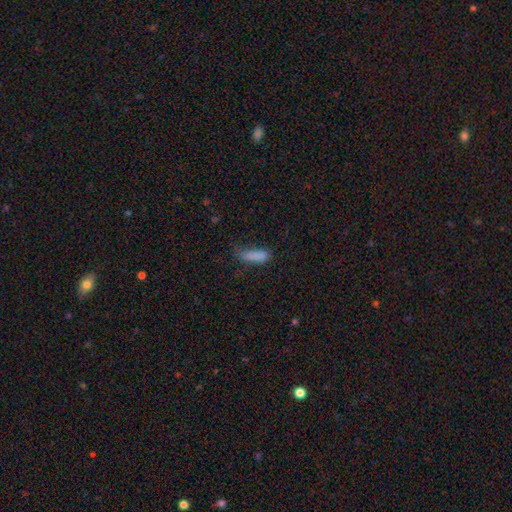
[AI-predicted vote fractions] Morphology: type=smooth (83%); roundness=cigar-shaped (54%); merging=none (54%).